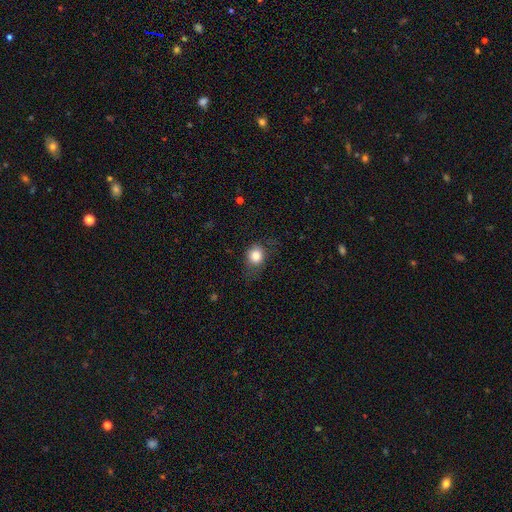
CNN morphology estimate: Overall: smooth (81%). How rounded: round (68%; in between 31%). Merging: none (64%).